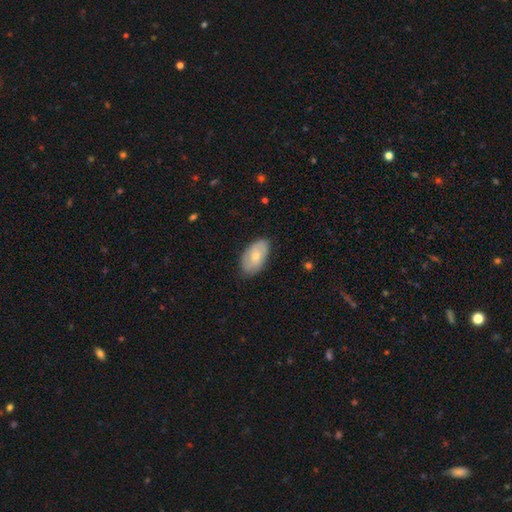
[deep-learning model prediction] This is possibly a smooth galaxy (57%). How rounded: clearly in between (93%). Merging: likely none (78%).